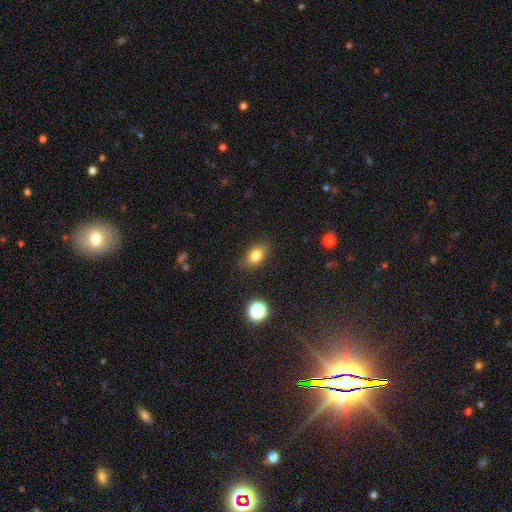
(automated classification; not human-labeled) Morphology: type=smooth (80%); roundness=in between (83%); merging=none (82%).